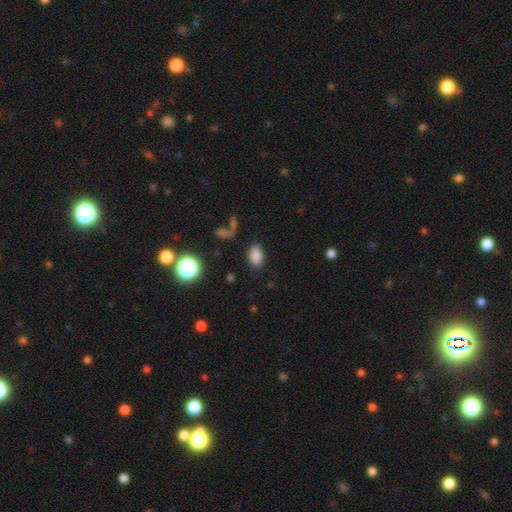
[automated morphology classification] This appears to be a smooth galaxy with no disk features (83%) that is in between round and cigar-shaped (88%). Merging: none (83%).